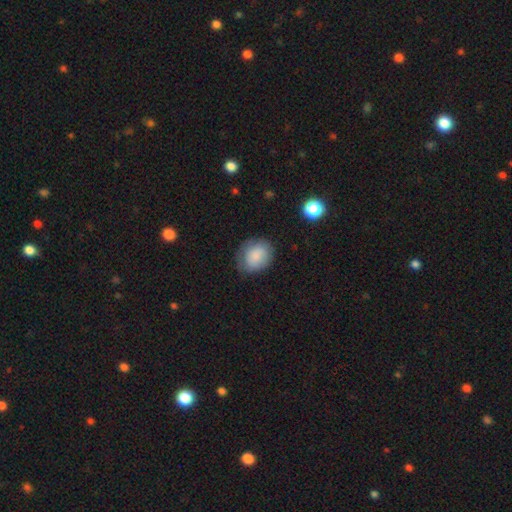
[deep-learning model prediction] smooth 82%, featured or disk 10%, star or artifact 8%. Down the decision tree: how rounded — round (52%); merging — none (70%).